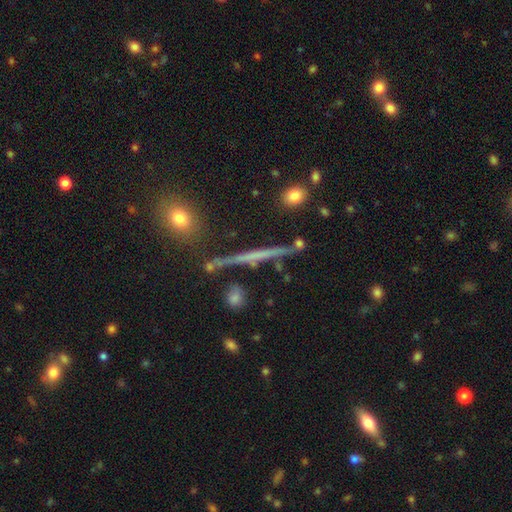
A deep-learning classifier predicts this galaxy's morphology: Smooth or featured?
  - featured or disk: 62% *
  - smooth: 27%
  - star or artifact: 10%
Edge-on disk?
  - yes: 96% *
  - no: 4%
Edge-on bulge?
  - none: 80% *
  - rounded: 13%
  - boxy: 7%
Merging?
  - none: 85% *
  - minor disturbance: 9%
  - merger: 3%
  - major disturbance: 2%